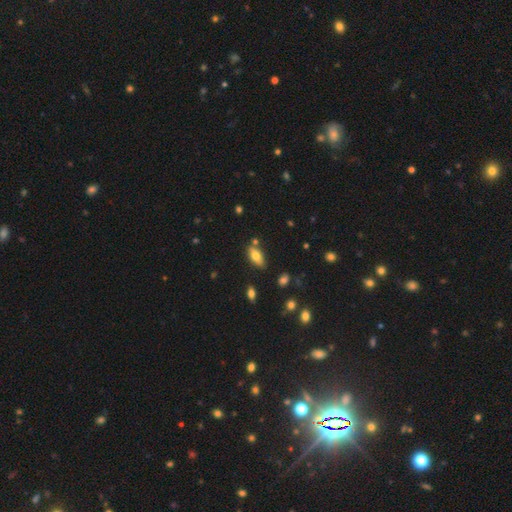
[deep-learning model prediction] smooth 67%, featured or disk 25%, star or artifact 8%. Down the decision tree: how rounded — in between (81%); merging — none (73%).